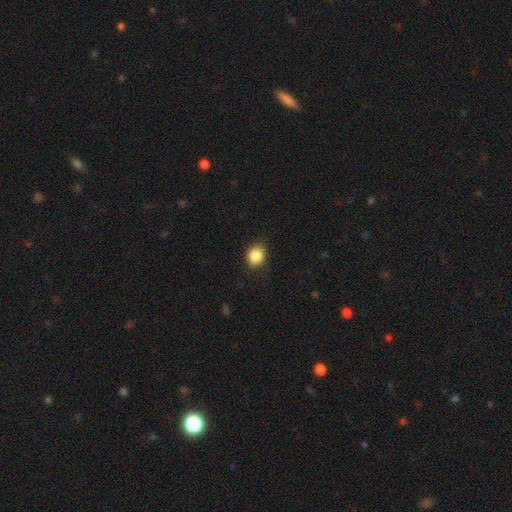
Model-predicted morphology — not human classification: smooth-or-featured: smooth: 86% | star or artifact: 9% | featured or disk: 5%
  how-rounded: round: 55% | in between: 44% | cigar-shaped: 1%
  merging: none: 86% | minor disturbance: 11% | major disturbance: 2% | merger: 1%